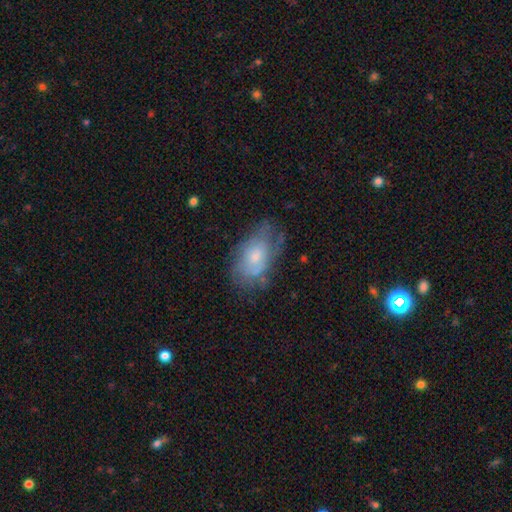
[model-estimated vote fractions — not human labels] smooth 50%, featured or disk 43%, star or artifact 8%. Down the decision tree: merging — none (47%).